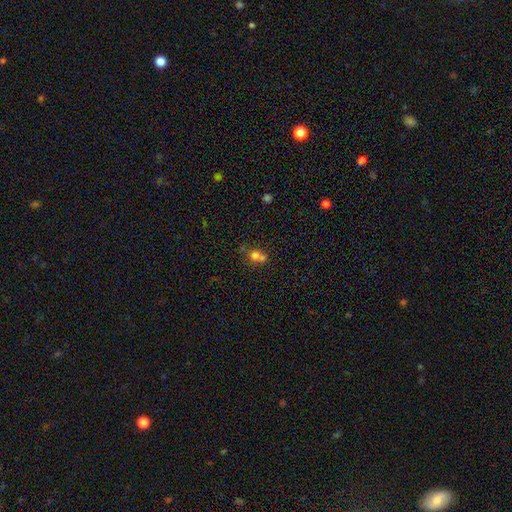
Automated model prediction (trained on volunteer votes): Morphology: type=smooth (69%); roundness=round (80%); merging=merger (53%).